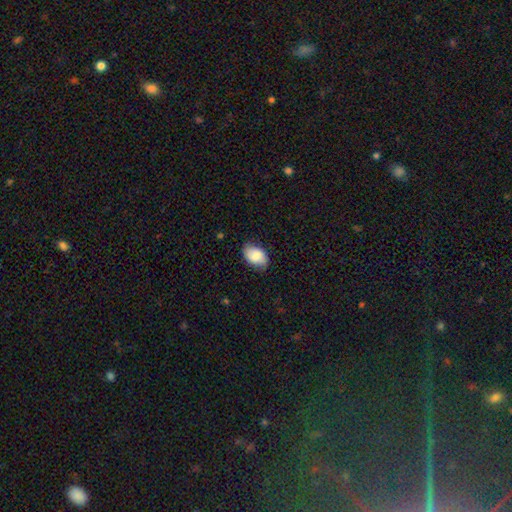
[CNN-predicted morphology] Smooth or featured? smooth (80%)
How rounded? in between (89%)
Merging? none (77%)